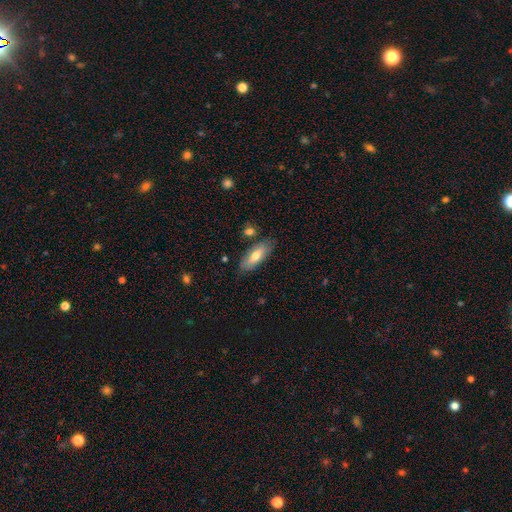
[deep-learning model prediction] The model was most divided on "smooth or featured": smooth: 65%, featured or disk: 28%, star or artifact: 6%. More confident: merging — none (78%); how rounded — in between (70%).